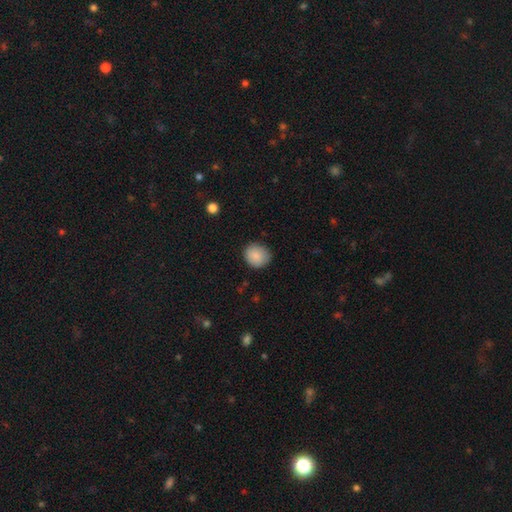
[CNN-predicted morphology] smooth_or_featured: smooth (p=0.88) [alt: star or artifact p=0.07]
how_rounded: round (p=0.81) [alt: in between p=0.18]
merging: none (p=0.84) [alt: minor disturbance p=0.13]